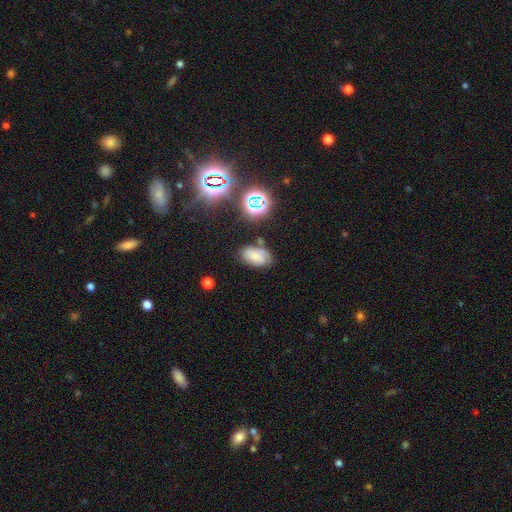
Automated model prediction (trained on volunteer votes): smooth-or-featured: smooth: 62% | featured or disk: 21% | star or artifact: 17%
  how-rounded: in between: 91% | round: 7% | cigar-shaped: 2%
  merging: none: 68% | minor disturbance: 20% | merger: 6% | major disturbance: 6%